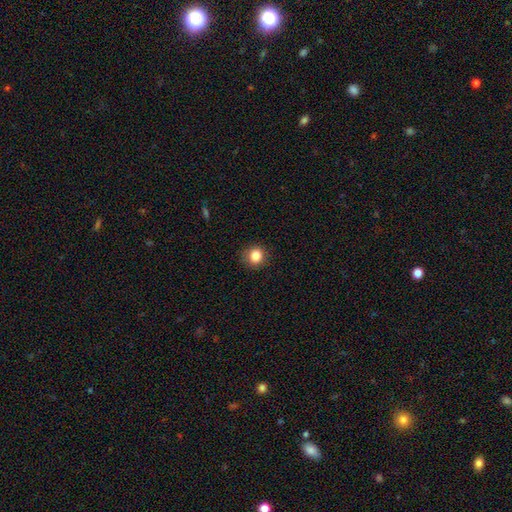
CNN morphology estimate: Q: Smooth or featured?
A: smooth (85%); runner-up: star or artifact (10%)
Q: How rounded?
A: round (85%); runner-up: in between (14%)
Q: Merging?
A: none (87%); runner-up: minor disturbance (10%)